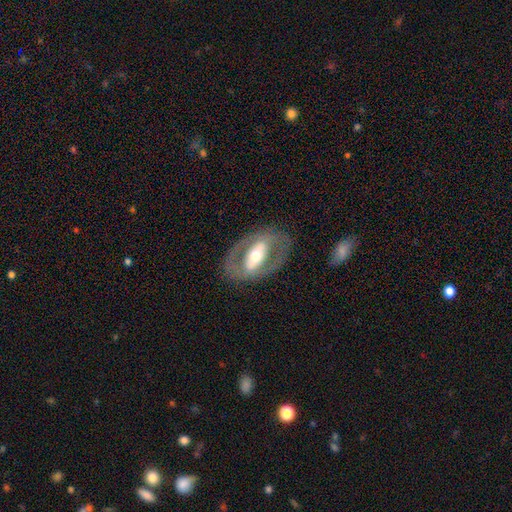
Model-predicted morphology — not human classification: Q: Smooth or featured?
A: featured or disk (71%); runner-up: smooth (24%)
Q: Edge-on disk?
A: no (89%); runner-up: yes (11%)
Q: Bar?
A: strong (46%); runner-up: no (29%)
Q: Spiral arms?
A: no (67%); runner-up: yes (33%)
Q: Bulge size?
A: moderate (61%); runner-up: large (20%)
Q: Merging?
A: none (77%); runner-up: minor disturbance (12%)